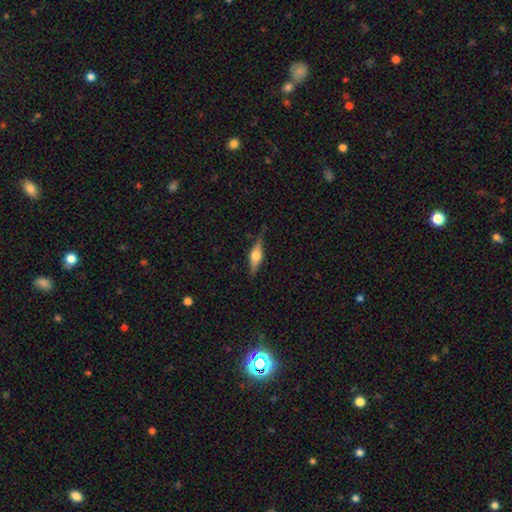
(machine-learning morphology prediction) The model was most divided on "smooth or featured": featured or disk: 61%, smooth: 32%, star or artifact: 6%. More confident: edge-on disk — yes (96%); edge-on bulge — rounded (91%); merging — none (83%).